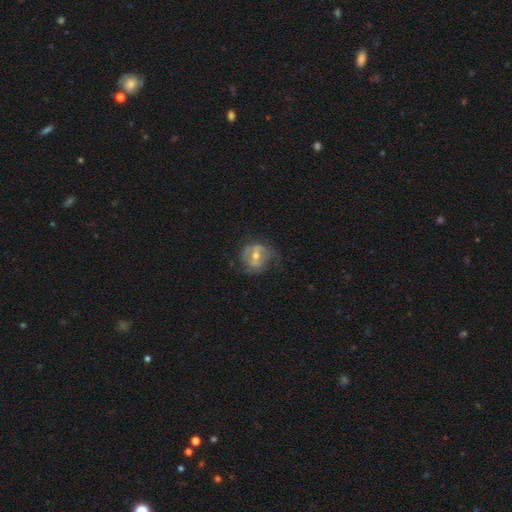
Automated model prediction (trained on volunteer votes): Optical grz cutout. It shows a featured or disk galaxy (63%) with a weak bar (44%), spiral arms (62%) and a moderate central bulge (68%). Merging: none (52%).